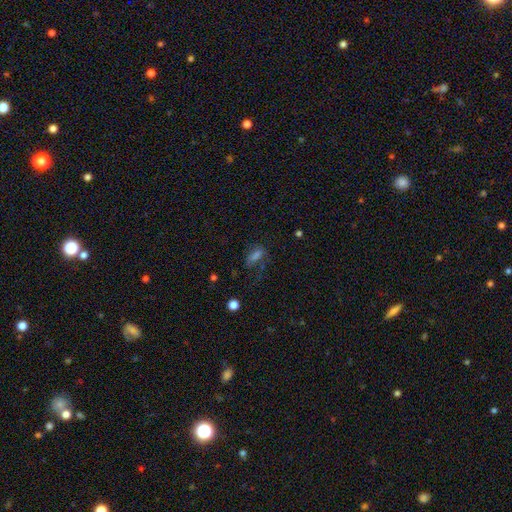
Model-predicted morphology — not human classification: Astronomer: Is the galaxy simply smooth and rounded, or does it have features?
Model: smooth — 54%.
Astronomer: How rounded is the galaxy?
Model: in between — 72%.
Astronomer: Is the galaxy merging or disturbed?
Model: none — 49% (runner-up: major disturbance, 26%).